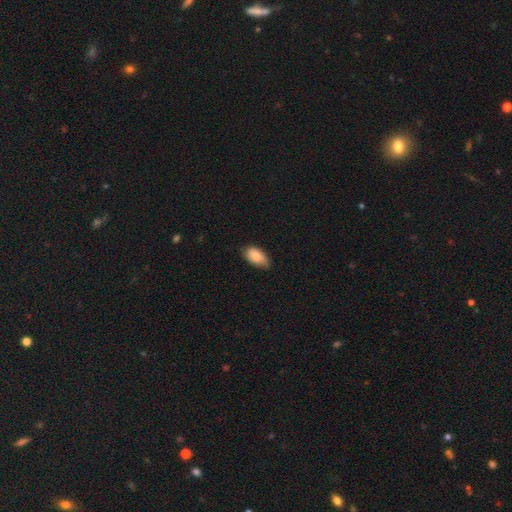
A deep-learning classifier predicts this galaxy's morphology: A smooth galaxy with no disk features (85%) that is in between round and cigar-shaped (93%). Merging: none (66%).